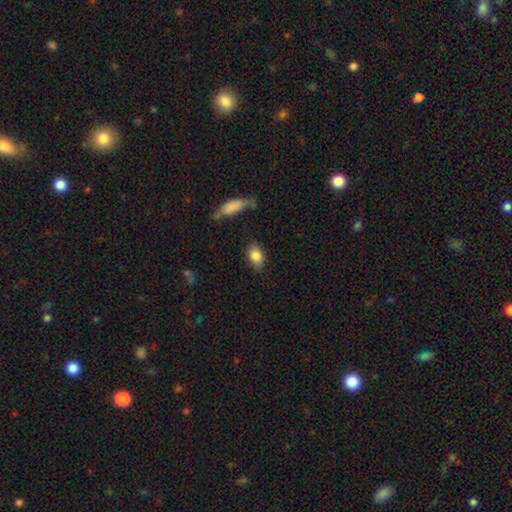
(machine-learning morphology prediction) Overall: smooth (84%). How rounded: in between (81%). Merging: none (76%).